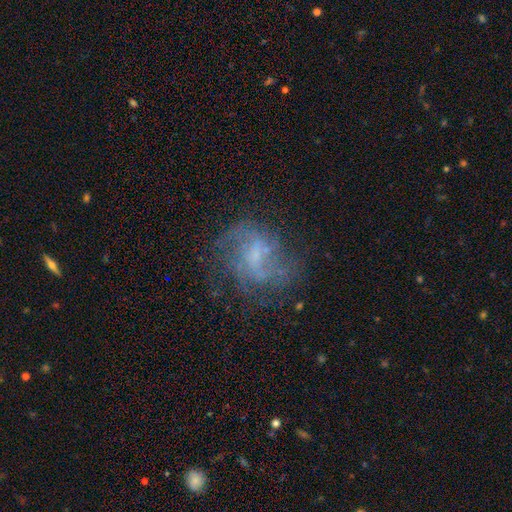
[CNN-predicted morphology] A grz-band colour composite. It shows a featured or disk galaxy (69%) with no bar (45%, tied with weak), spiral arms (72%) and a small central bulge (46%). Merging: none (57%).